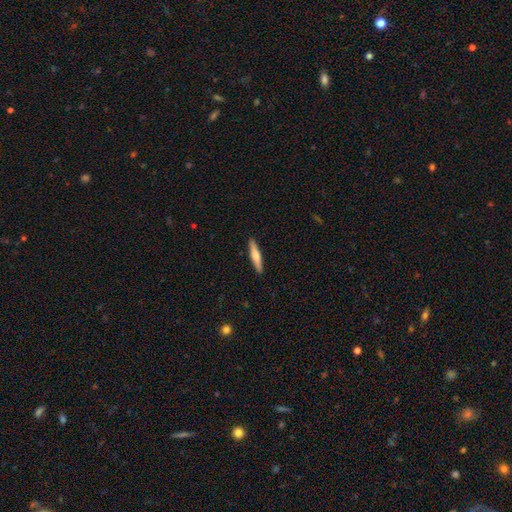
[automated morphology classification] Overall: smooth (60%; featured or disk 35%). How rounded: cigar-shaped (88%). Merging: none (91%).